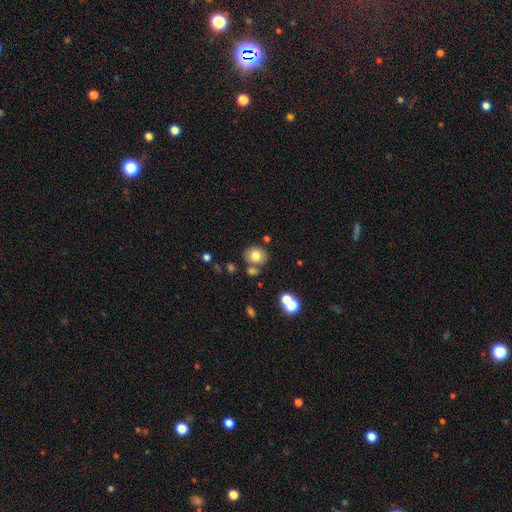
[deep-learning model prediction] Smooth or featured: smooth — 77% (featured or disk — 12%)
How rounded: round — 63% (in between — 36%)
Merging: none — 72% (merger — 13%)